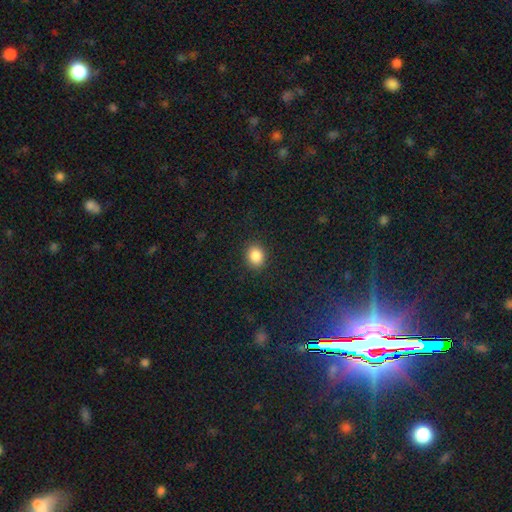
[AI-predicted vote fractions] Q: Smooth or featured?
A: smooth (86%); runner-up: star or artifact (10%)
Q: How rounded?
A: round (58%); runner-up: in between (41%)
Q: Merging?
A: none (89%); runner-up: minor disturbance (8%)